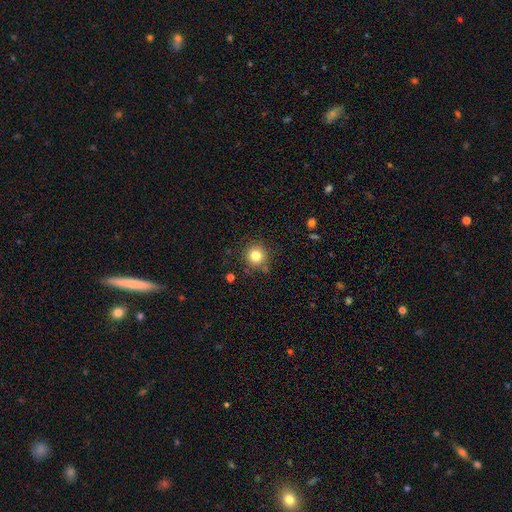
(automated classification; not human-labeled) smooth_or_featured: smooth (p=0.81) [alt: star or artifact p=0.12]
how_rounded: round (p=0.93) [alt: in between p=0.06]
merging: none (p=0.84) [alt: minor disturbance p=0.10]